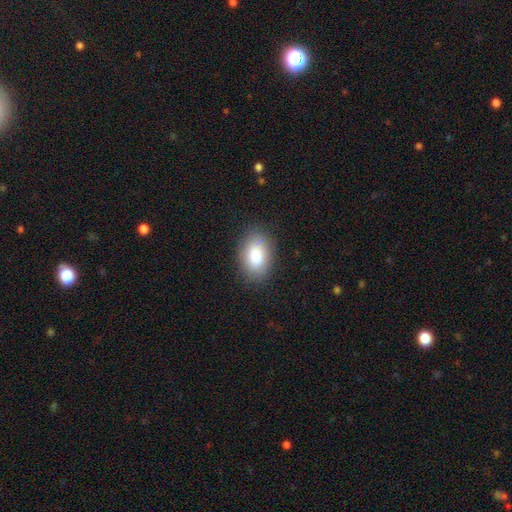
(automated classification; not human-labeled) smooth-or-featured: smooth: 84% | featured or disk: 9% | star or artifact: 7%
  how-rounded: in between: 88% | round: 10% | cigar-shaped: 1%
  merging: none: 86% | minor disturbance: 10% | major disturbance: 3% | merger: 1%